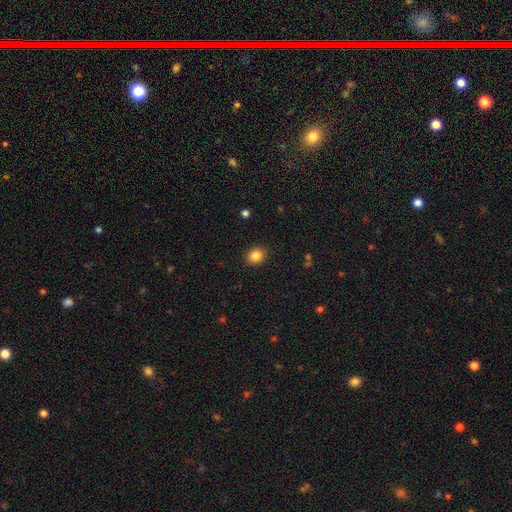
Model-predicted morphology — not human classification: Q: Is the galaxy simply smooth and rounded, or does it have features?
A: smooth — 85%.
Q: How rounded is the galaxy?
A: round — 60%.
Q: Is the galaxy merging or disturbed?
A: none — 90%.